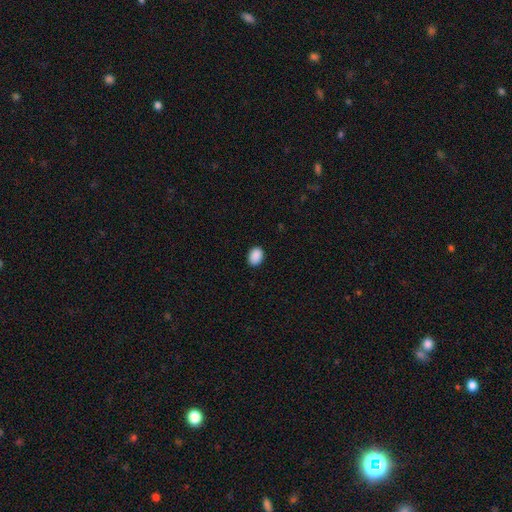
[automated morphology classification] The model was most divided on "how rounded": in between: 76%, round: 23%, cigar-shaped: 1%. More confident: smooth or featured — smooth (90%); merging — none (89%).